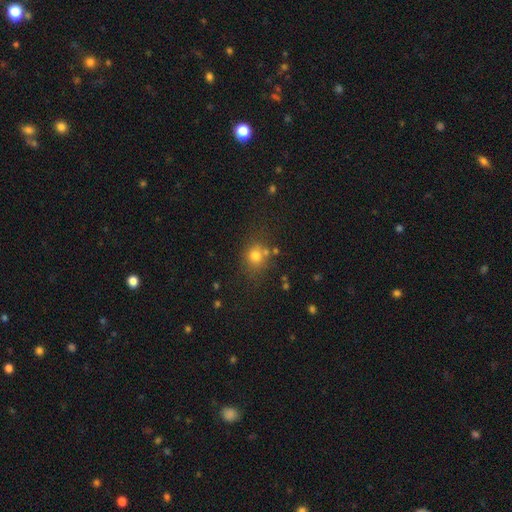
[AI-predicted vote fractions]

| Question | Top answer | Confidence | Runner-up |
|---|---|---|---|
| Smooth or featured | smooth | 74% | star or artifact (16%) |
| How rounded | round | 74% | in between (25%) |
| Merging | none | 66% | minor disturbance (15%) |